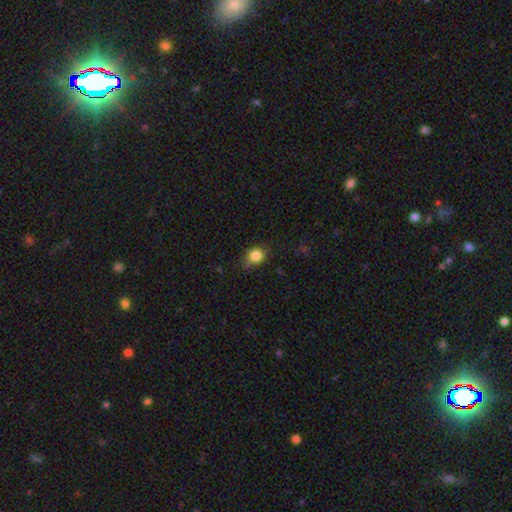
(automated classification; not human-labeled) Smooth or featured? smooth (83%)
How rounded? round (63%)
Merging? none (65%)